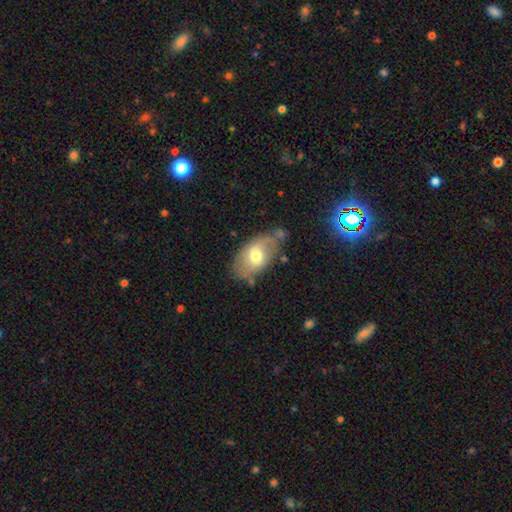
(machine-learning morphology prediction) Smooth or featured? smooth (58%)
How rounded? in between (92%)
Merging? none (60%)